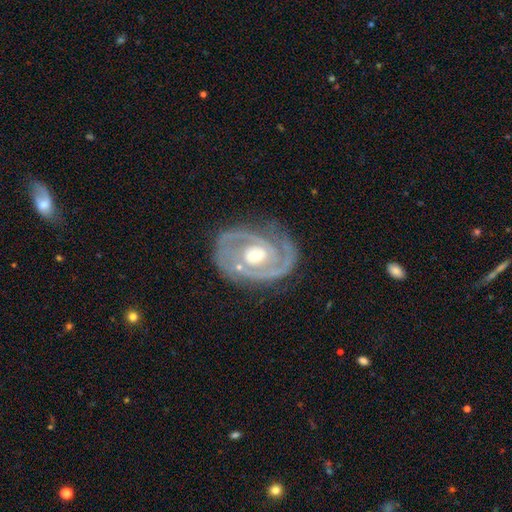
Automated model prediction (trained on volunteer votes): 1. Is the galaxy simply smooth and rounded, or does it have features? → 90% featured or disk, 5% smooth, 5% star or artifact.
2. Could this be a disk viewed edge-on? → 97% no, 3% yes.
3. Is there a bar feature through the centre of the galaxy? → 65% no, 25% weak, 10% strong.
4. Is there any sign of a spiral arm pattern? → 97% yes, 3% no.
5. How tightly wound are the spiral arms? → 61% tight, 33% medium, 6% loose.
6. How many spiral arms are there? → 79% 2, 7% 3, 6% can't tell, 4% 1, 2% 4, 2% more than 4.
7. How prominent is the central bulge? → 52% moderate, 42% small, 4% large, 1% none, 1% dominant.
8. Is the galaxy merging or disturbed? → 74% none, 16% minor disturbance, 7% major disturbance, 3% merger.